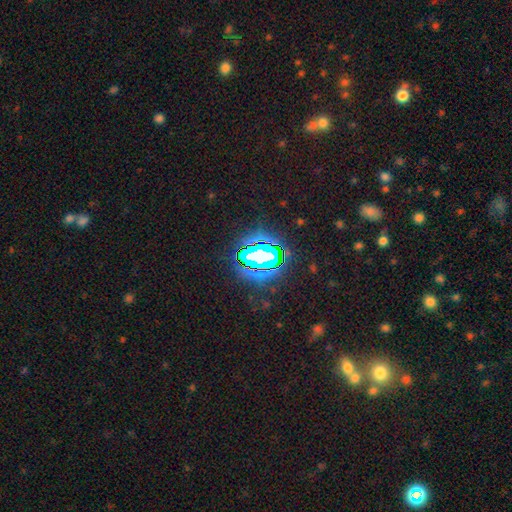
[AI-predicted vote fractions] smooth_or_featured: star or artifact (p=0.73) [alt: smooth p=0.15]